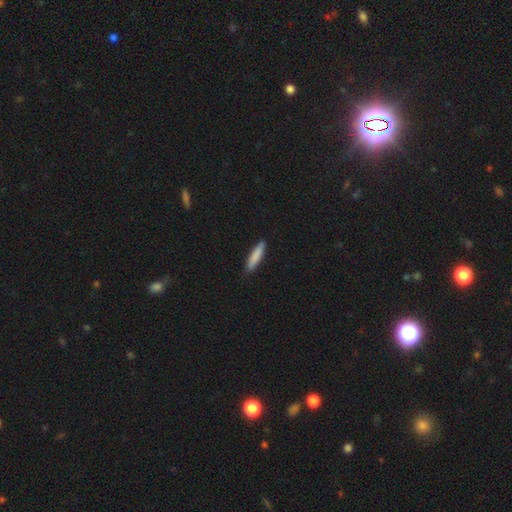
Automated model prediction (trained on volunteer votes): Smooth or featured? Predicted: smooth (p=0.85). How rounded? Predicted: cigar-shaped (p=0.84). Merging? Predicted: none (p=0.89).